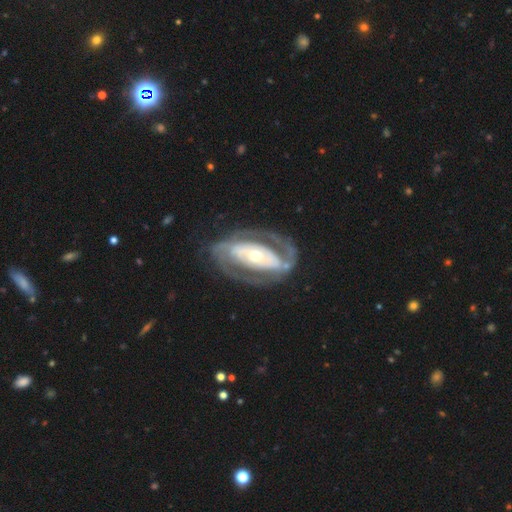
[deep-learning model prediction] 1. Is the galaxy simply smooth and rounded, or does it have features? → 84% featured or disk, 12% smooth, 4% star or artifact.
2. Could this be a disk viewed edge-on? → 94% no, 6% yes.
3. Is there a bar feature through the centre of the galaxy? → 50% no, 30% strong, 20% weak.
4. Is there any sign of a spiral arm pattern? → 76% yes, 24% no.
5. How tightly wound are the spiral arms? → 45% tight, 38% medium, 16% loose.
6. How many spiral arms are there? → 78% 2, 12% can't tell, 4% 1, 3% 3, 1% 4, 1% more than 4.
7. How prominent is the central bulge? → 50% moderate, 40% small, 7% large, 1% dominant, 1% none.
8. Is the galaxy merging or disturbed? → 72% none, 14% minor disturbance, 12% major disturbance, 2% merger.